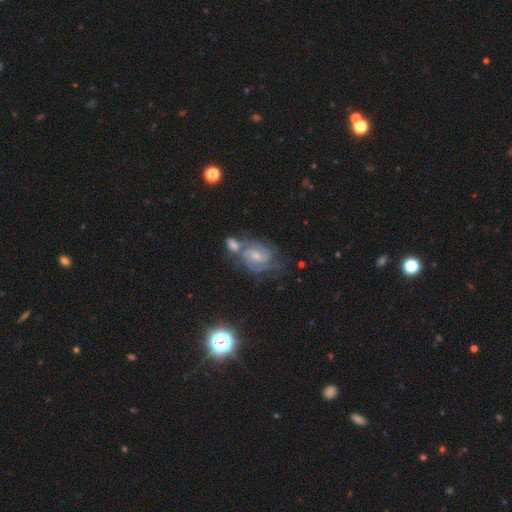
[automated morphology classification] smooth_or_featured: featured or disk (p=0.75) [alt: smooth p=0.13]
disk_edge_on: no (p=0.97) [alt: yes p=0.03]
bar: no (p=0.46) [alt: weak p=0.44]
has_spiral_arms: yes (p=0.94) [alt: no p=0.06]
spiral_winding: tight (p=0.54) [alt: medium p=0.37]
spiral_arm_count: 2 (p=0.45) [alt: can't tell p=0.26]
bulge_size: small (p=0.55) [alt: moderate p=0.40]
merging: none (p=0.46) [alt: merger p=0.29]